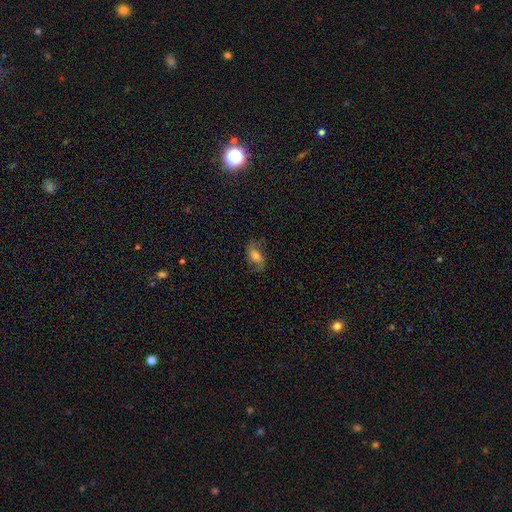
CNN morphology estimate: Overall: featured or disk (53%; smooth 37%). Edge-on disk: no (95%). Merging: none (68%).